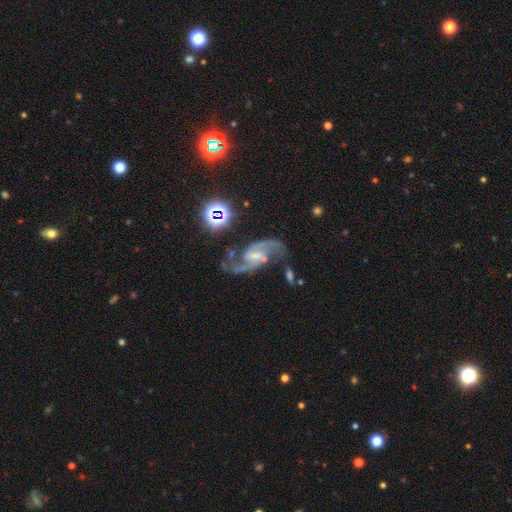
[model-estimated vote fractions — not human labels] smooth_or_featured: featured or disk (p=0.88) [alt: star or artifact p=0.08]
disk_edge_on: no (p=0.97) [alt: yes p=0.03]
bar: weak (p=0.55) [alt: strong p=0.24]
has_spiral_arms: yes (p=0.98) [alt: no p=0.02]
spiral_winding: medium (p=0.49) [alt: loose p=0.42]
spiral_arm_count: 2 (p=0.94) [alt: can't tell p=0.02]
bulge_size: small (p=0.51) [alt: moderate p=0.30]
merging: none (p=0.66) [alt: minor disturbance p=0.17]